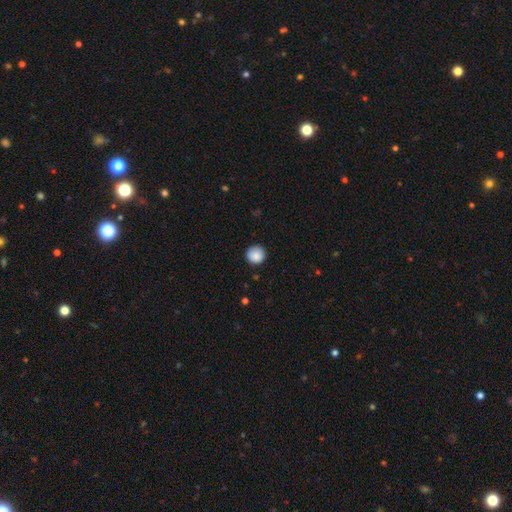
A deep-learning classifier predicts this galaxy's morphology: A smooth galaxy with no disk features (88%) that is round (95%). Merging: none (90%).